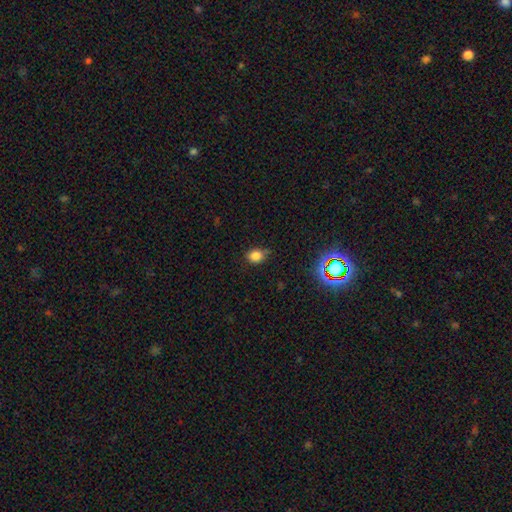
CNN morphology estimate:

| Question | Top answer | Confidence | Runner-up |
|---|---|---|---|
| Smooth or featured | smooth | 80% | star or artifact (14%) |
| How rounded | round | 62% | in between (37%) |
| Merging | none | 65% | minor disturbance (27%) |